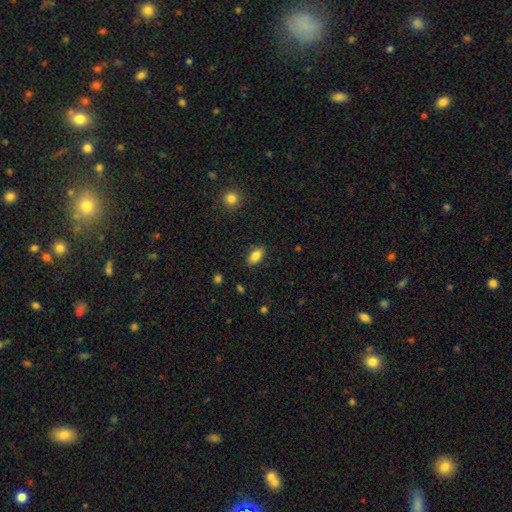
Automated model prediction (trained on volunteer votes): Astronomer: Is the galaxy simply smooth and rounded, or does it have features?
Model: smooth — 83%.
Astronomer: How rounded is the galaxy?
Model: in between — 90%.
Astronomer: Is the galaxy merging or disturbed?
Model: none — 87%.